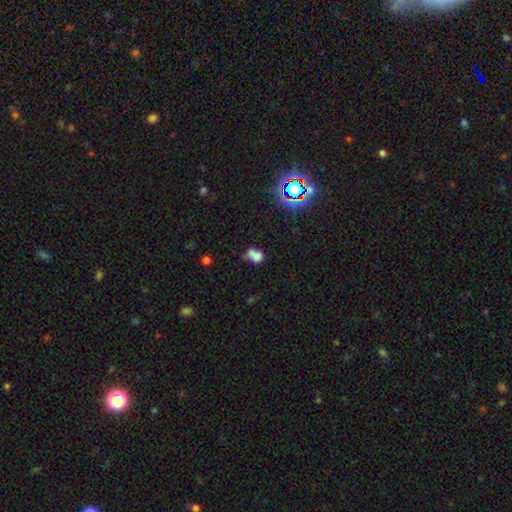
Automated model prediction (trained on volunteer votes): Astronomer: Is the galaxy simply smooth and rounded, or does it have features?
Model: smooth — 67%.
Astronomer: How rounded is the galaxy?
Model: in between — 53% (runner-up: round, 45%).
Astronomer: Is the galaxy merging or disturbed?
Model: merger — 40% (runner-up: none, 27%).